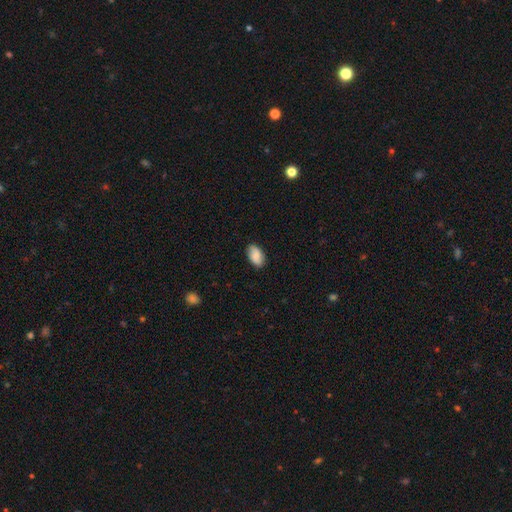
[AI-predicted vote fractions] Overall: smooth (84%). How rounded: in between (94%). Merging: none (85%).